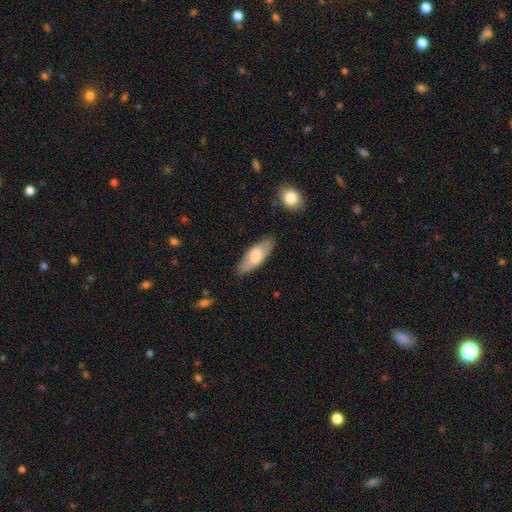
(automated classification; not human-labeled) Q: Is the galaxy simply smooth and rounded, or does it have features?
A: smooth — 65%.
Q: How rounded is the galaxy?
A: in between — 70%.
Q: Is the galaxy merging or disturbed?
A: none — 81%.